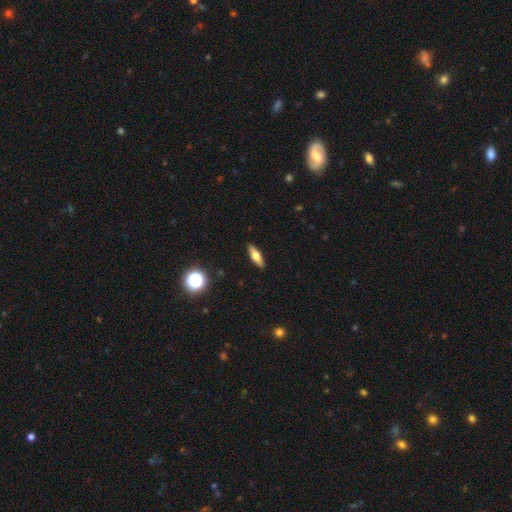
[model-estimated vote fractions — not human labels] Smooth or featured? smooth (56%)
How rounded? cigar-shaped (51%)
Merging? none (90%)